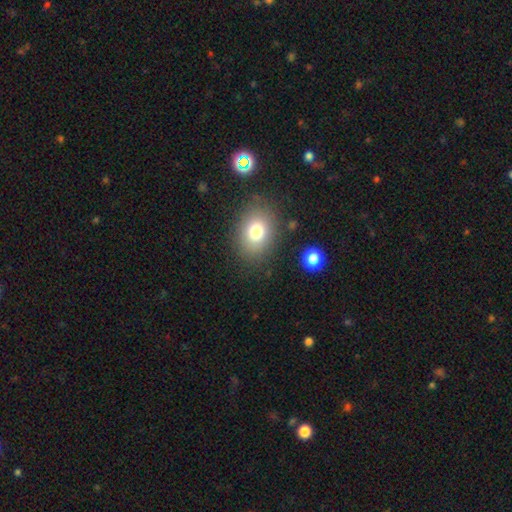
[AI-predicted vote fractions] Smooth or featured? Predicted: smooth (p=0.73). How rounded? Predicted: in between (p=0.65). Merging? Predicted: none (p=0.87).